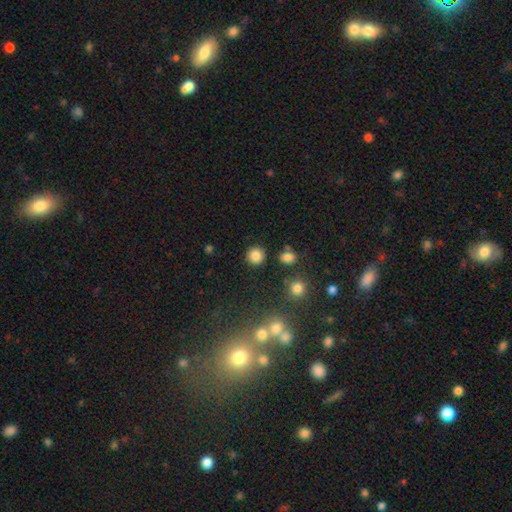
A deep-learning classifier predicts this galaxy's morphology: A smooth galaxy with no disk features (83%) that is round (92%).

Vote fractions:
- Smooth or featured? smooth: 83% / star or artifact: 12% / featured or disk: 5%
- How rounded? round: 92% / in between: 7% / cigar-shaped: 1%
- Merging? none: 88% / minor disturbance: 7% / merger: 3% / major disturbance: 2%